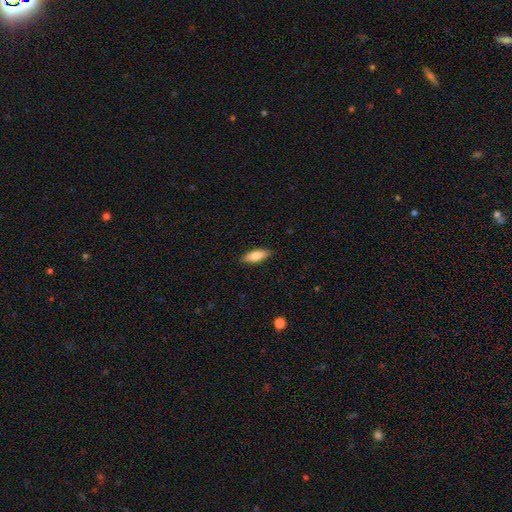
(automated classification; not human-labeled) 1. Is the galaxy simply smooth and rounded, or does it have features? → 78% smooth, 16% featured or disk, 6% star or artifact.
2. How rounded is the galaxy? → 61% in between, 37% cigar-shaped, 2% round.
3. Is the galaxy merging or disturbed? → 88% none, 9% minor disturbance, 2% major disturbance, 1% merger.